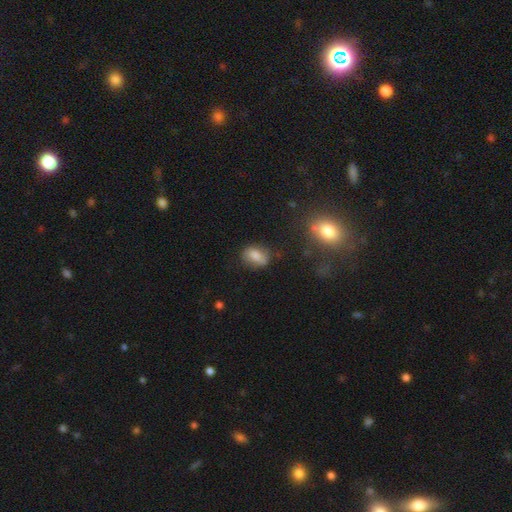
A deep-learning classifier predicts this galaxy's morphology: This is likely a smooth galaxy (71%). How rounded: likely in between (72%). Merging: likely none (70%).